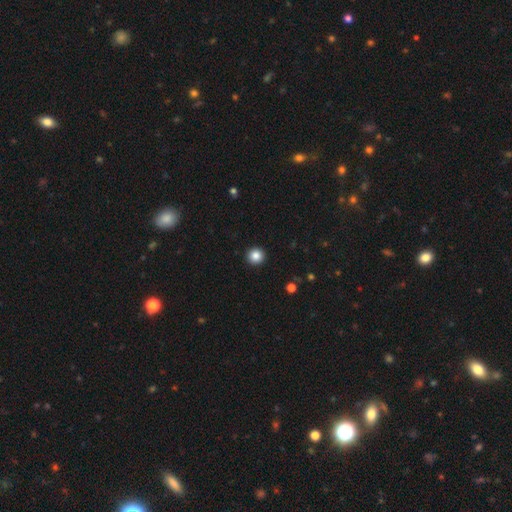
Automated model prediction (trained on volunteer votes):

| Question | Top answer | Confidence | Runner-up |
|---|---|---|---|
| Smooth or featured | smooth | 85% | star or artifact (10%) |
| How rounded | round | 95% | in between (4%) |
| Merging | none | 94% | minor disturbance (4%) |